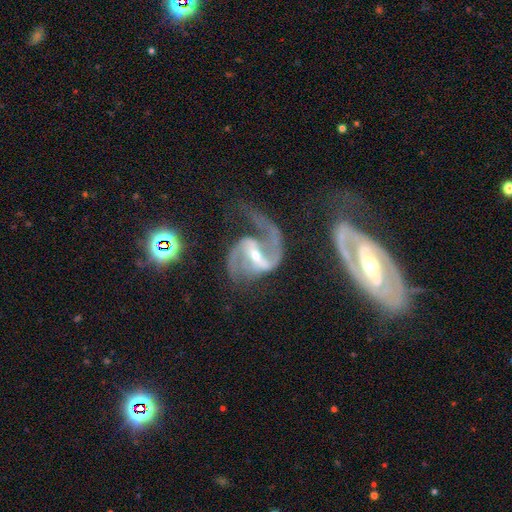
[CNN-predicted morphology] The model was most divided on "bulge size": small: 55%, moderate: 41%, large: 2%, none: 2%, dominant: 1%. More confident: spiral arms — yes (98%); edge-on disk — no (97%); smooth or featured — featured or disk (91%); spiral arm count — 2 (89%); bar — strong (61%); merging — none (53%); spiral winding — medium (52%).